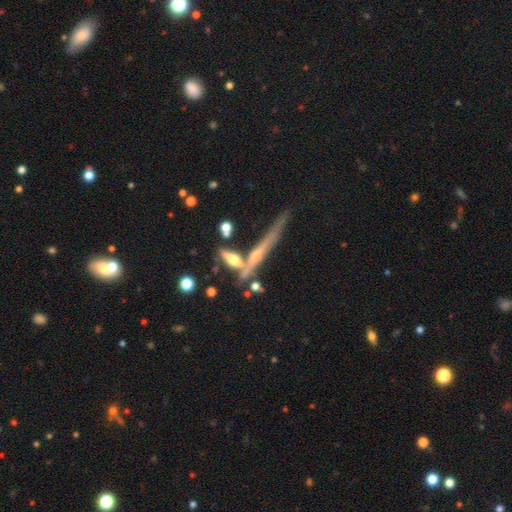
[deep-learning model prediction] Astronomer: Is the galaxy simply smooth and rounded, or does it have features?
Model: featured or disk — 64%.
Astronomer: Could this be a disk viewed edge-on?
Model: yes — 90%.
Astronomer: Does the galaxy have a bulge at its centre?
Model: rounded — 56% (runner-up: none, 37%).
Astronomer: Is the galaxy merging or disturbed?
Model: none — 55%.